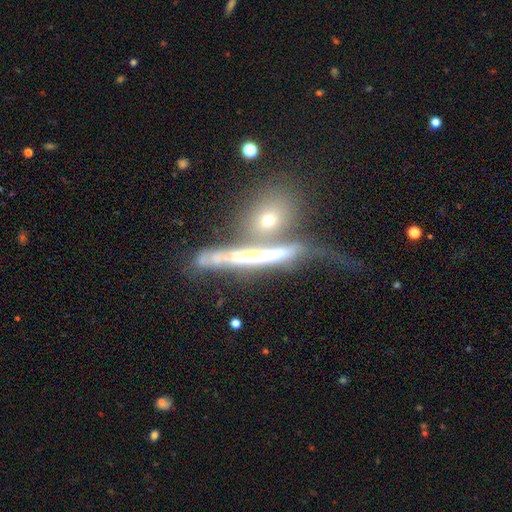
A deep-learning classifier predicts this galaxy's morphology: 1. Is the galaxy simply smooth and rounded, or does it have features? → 64% featured or disk, 26% smooth, 10% star or artifact.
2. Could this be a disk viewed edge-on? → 69% yes, 31% no.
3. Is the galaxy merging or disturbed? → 33% merger, 32% none, 18% minor disturbance, 17% major disturbance.